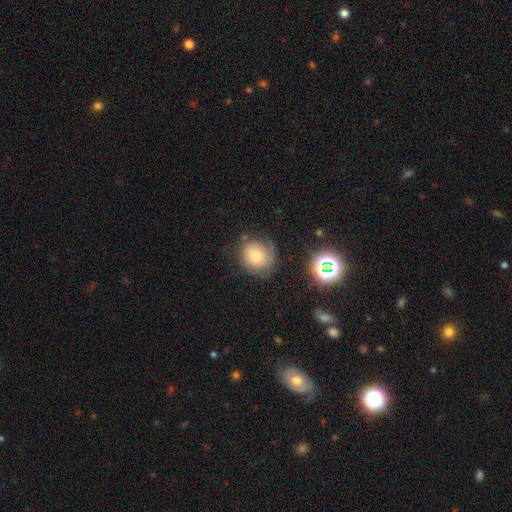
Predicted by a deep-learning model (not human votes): A smooth galaxy with no disk features (51%) that is round (77%).

Vote fractions:
- Smooth or featured? smooth: 51% / featured or disk: 37% / star or artifact: 12%
- How rounded? round: 77% / in between: 22% / cigar-shaped: 1%
- Merging? none: 58% / minor disturbance: 25% / major disturbance: 14% / merger: 3%